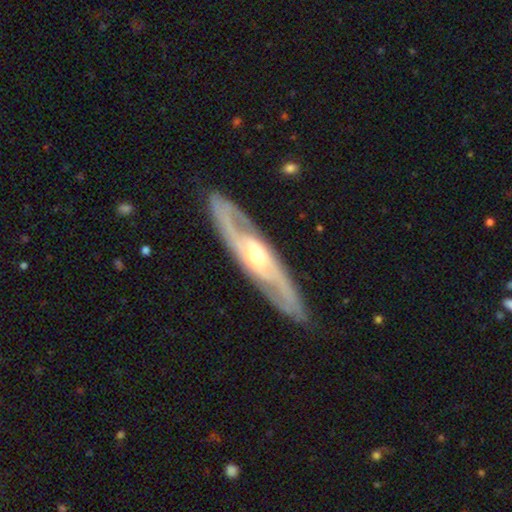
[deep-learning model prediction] Smooth or featured? featured or disk (84%)
Edge-on disk? no (71%)
Bar? no (61%)
Spiral arms? yes (84%)
Spiral winding? medium (42%)
Spiral arm count? 2 (78%)
Bulge size? moderate (58%)
Merging? none (84%)